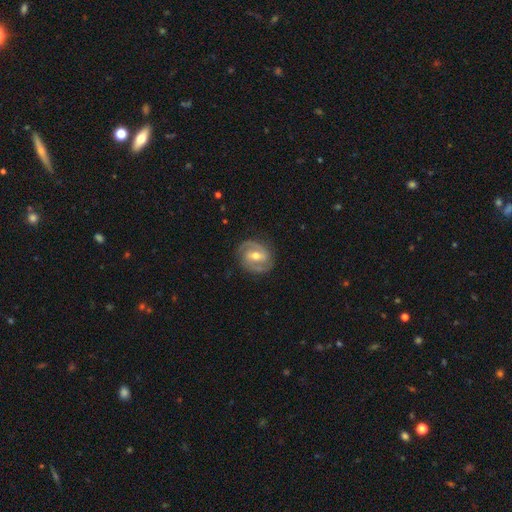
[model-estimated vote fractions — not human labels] Overall: featured or disk (82%). Edge-on disk: no (97%). Bar: weak (46%; strong 38%). Spiral arms: yes (91%). Spiral arm count: 2 (88%). Spiral winding: medium (47%; tight 40%). Bulge size: moderate (69%). Merging: none (83%).